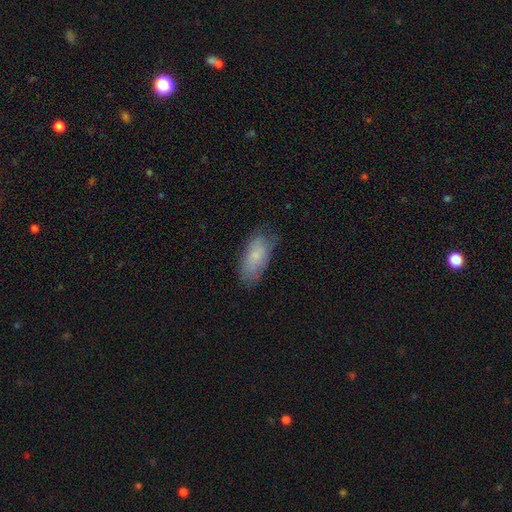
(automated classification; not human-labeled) This appears to be a smooth galaxy with no disk features (74%) that is in between round and cigar-shaped (88%). Merging: none (67%).